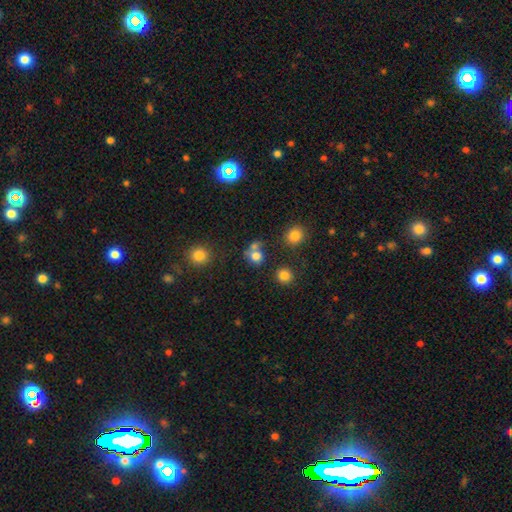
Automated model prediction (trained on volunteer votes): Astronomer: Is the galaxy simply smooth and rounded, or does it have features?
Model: smooth — 76%.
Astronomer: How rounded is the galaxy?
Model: round — 74%.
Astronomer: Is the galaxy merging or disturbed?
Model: none — 49% (runner-up: merger, 34%).